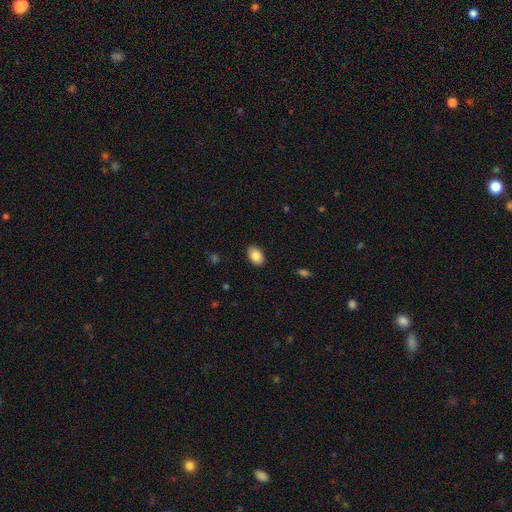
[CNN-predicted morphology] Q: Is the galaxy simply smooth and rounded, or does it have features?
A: smooth — 87%.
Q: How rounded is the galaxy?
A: in between — 88%.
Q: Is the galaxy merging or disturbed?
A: none — 88%.